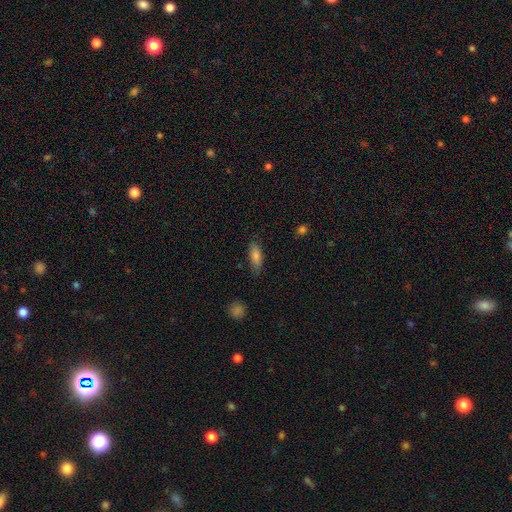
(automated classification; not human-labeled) smooth-or-featured: smooth: 82% | featured or disk: 11% | star or artifact: 8%
  how-rounded: in between: 71% | cigar-shaped: 27% | round: 2%
  merging: none: 78% | minor disturbance: 17% | major disturbance: 3% | merger: 2%